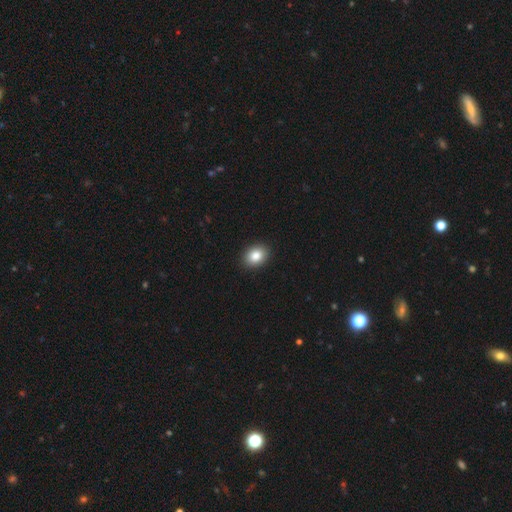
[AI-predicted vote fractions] This appears to be a smooth galaxy with no disk features (86%) that is in between round and cigar-shaped (66%). Merging: none (91%).